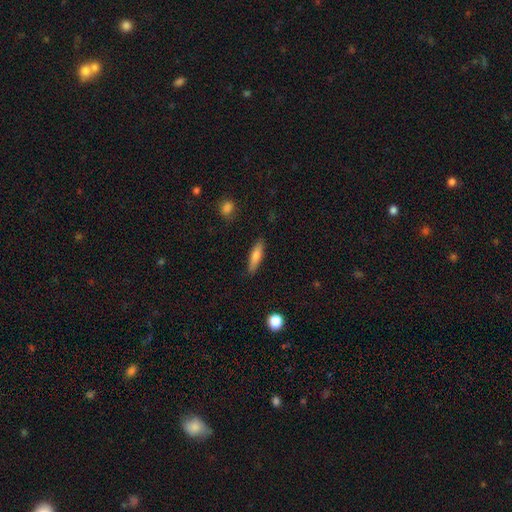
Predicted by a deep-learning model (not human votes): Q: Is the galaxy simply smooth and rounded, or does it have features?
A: smooth — 73%.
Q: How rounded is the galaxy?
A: cigar-shaped — 72%.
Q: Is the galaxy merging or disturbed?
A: none — 87%.